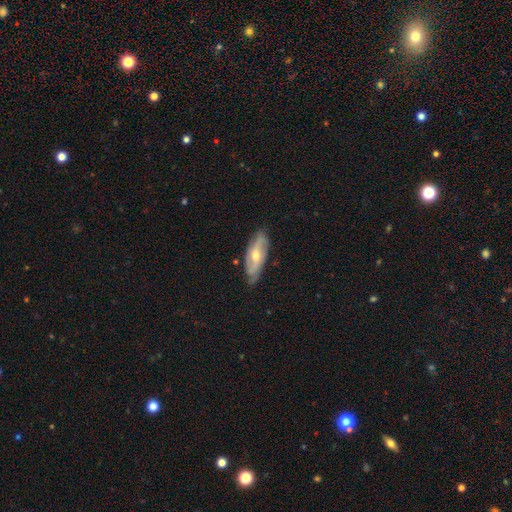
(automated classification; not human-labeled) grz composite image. It shows a featured or disk galaxy (69%) with no bar (52%), spiral arms (85%) and a moderate central bulge (62%). Merging: none (77%).